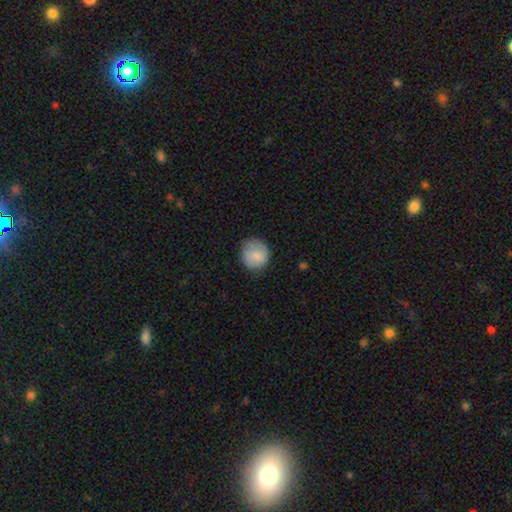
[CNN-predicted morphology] smooth 85%, featured or disk 8%, star or artifact 7%. Down the decision tree: how rounded — round (86%); merging — none (73%).